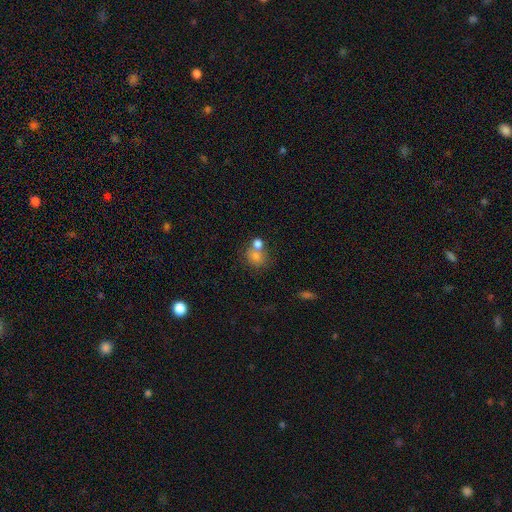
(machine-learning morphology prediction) smooth 72%, featured or disk 15%, star or artifact 13%. Down the decision tree: how rounded — round (72%); merging — none (43%).